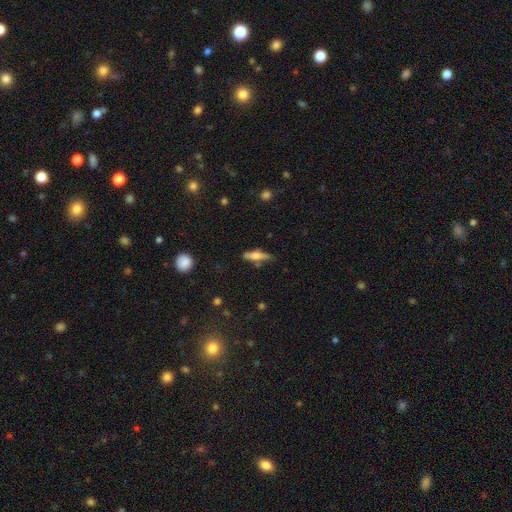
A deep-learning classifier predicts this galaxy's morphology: Overall: smooth (56%; featured or disk 37%). How rounded: cigar-shaped (63%; in between 34%). Merging: none (67%).